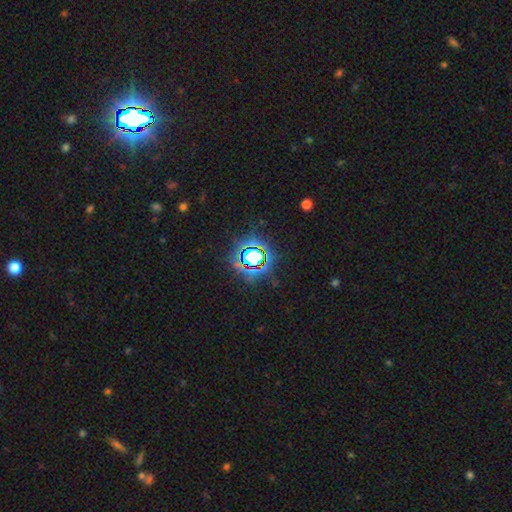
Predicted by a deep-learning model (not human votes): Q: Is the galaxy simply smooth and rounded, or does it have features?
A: star or artifact — 72%.